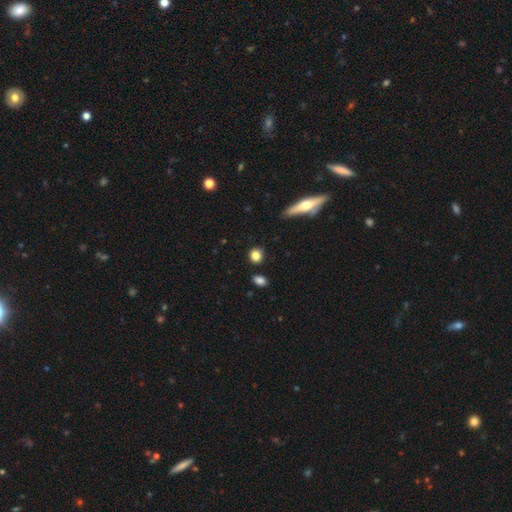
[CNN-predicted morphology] The model was most divided on "how rounded": round: 75%, in between: 22%, cigar-shaped: 3%. More confident: merging — none (86%); smooth or featured — smooth (84%).